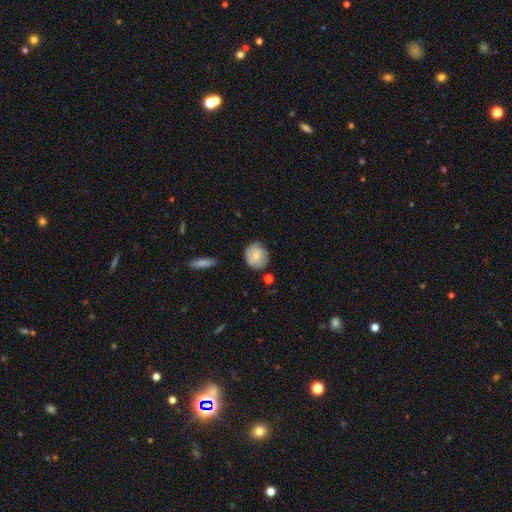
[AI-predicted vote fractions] The model was most divided on "smooth or featured": smooth: 66%, featured or disk: 27%, star or artifact: 7%. More confident: how rounded — round (82%); merging — none (68%).